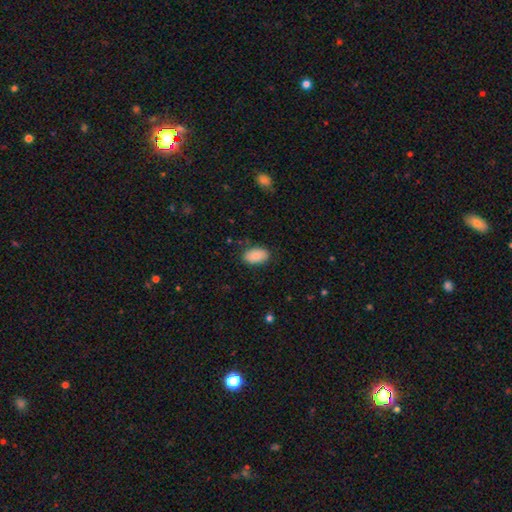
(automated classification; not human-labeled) smooth_or_featured: smooth (p=0.82) [alt: featured or disk p=0.11]
how_rounded: in between (p=0.93) [alt: round p=0.06]
merging: none (p=0.84) [alt: minor disturbance p=0.12]